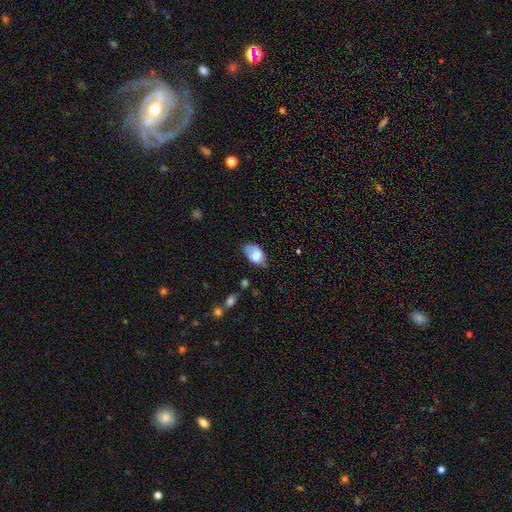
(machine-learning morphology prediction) A smooth galaxy with no disk features (71%) that is in between round and cigar-shaped (92%). Merging: none (52%).